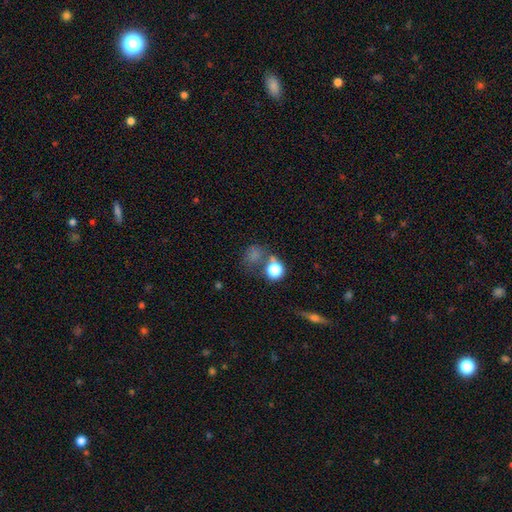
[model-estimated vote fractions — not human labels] smooth 63%, star or artifact 24%, featured or disk 13%. Down the decision tree: how rounded — round (71%); merging — none (49%).